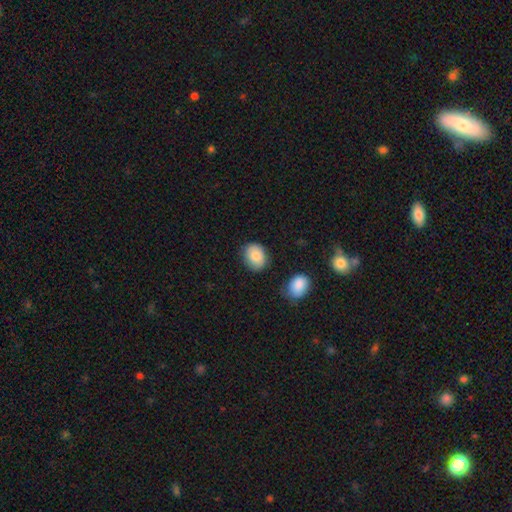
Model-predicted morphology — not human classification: type=smooth (85%); roundness=in between (52%); merging=none (77%).